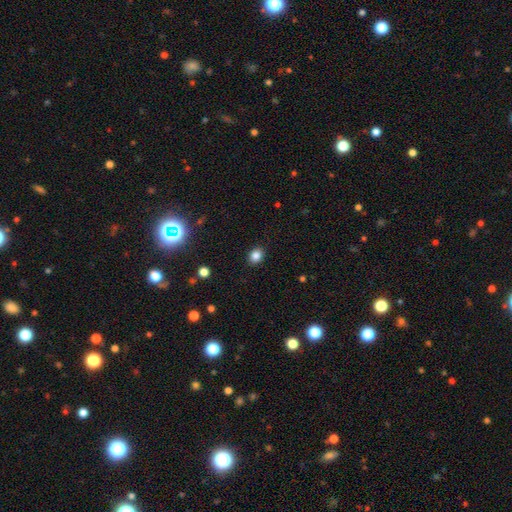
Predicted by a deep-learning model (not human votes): Smooth or featured?
  - smooth: 84% *
  - star or artifact: 12%
  - featured or disk: 5%
How rounded?
  - round: 57% *
  - in between: 42%
  - cigar-shaped: 1%
Merging?
  - none: 90% *
  - minor disturbance: 7%
  - major disturbance: 2%
  - merger: 1%